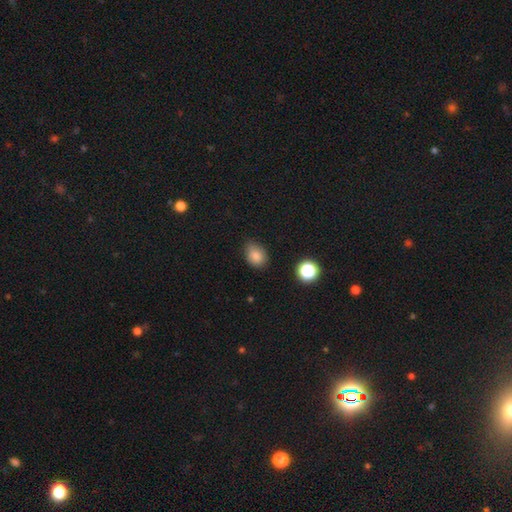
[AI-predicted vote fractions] Smooth or featured? smooth (83%)
How rounded? in between (64%)
Merging? none (72%)